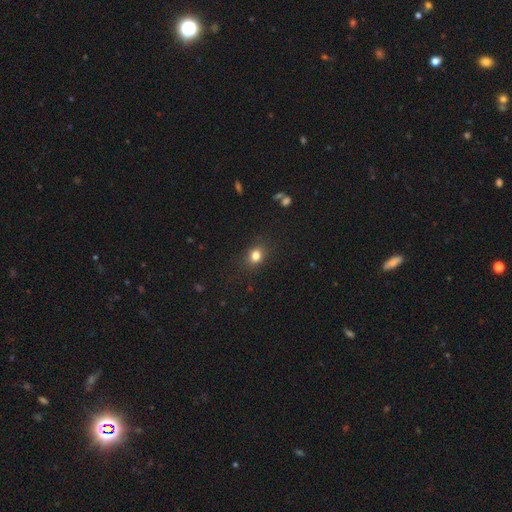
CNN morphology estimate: type=smooth (81%); roundness=round (58%); merging=none (85%).